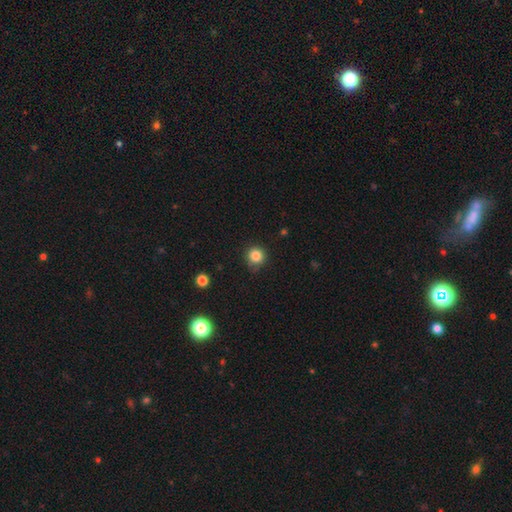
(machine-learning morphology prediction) Smooth or featured? smooth (84%)
How rounded? round (92%)
Merging? none (81%)